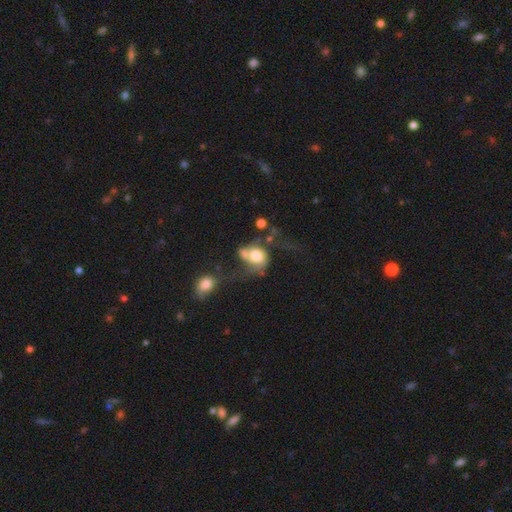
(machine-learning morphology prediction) Smooth or featured?
  - smooth: 56% *
  - featured or disk: 35%
  - star or artifact: 9%
How rounded?
  - round: 54% *
  - in between: 44%
  - cigar-shaped: 1%
Merging?
  - merger: 36% *
  - major disturbance: 31%
  - none: 18%
  - minor disturbance: 15%